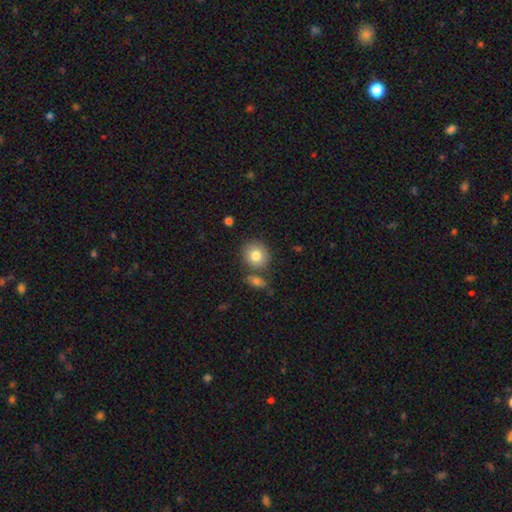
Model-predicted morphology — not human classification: smooth-or-featured: smooth: 81% | featured or disk: 10% | star or artifact: 8%
  how-rounded: round: 81% | in between: 18% | cigar-shaped: 1%
  merging: none: 74% | merger: 13% | minor disturbance: 11% | major disturbance: 3%